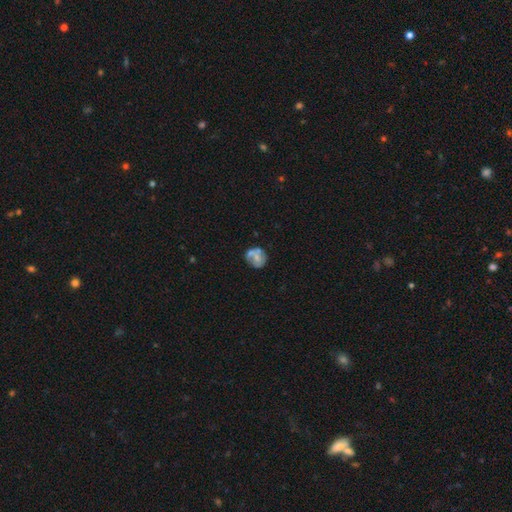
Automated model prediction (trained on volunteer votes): A smooth galaxy with no disk features (48%). Merging: none (48%).